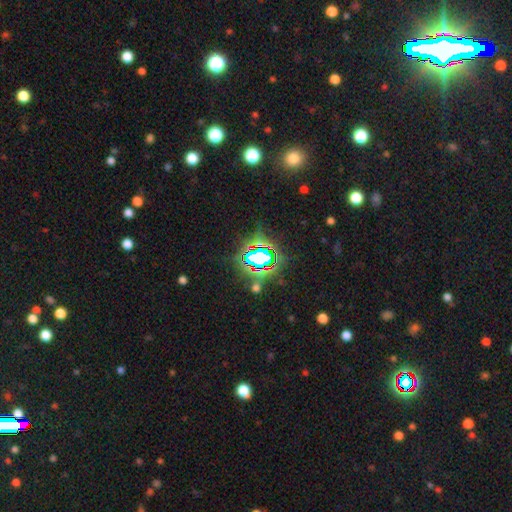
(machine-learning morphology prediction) Smooth or featured?
  - star or artifact: 82% *
  - smooth: 11%
  - featured or disk: 7%